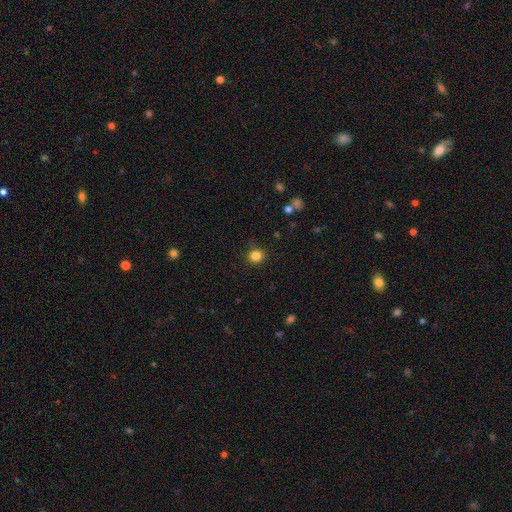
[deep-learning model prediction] The model was most divided on "smooth or featured": smooth: 83%, star or artifact: 12%, featured or disk: 4%. More confident: how rounded — round (88%); merging — none (88%).